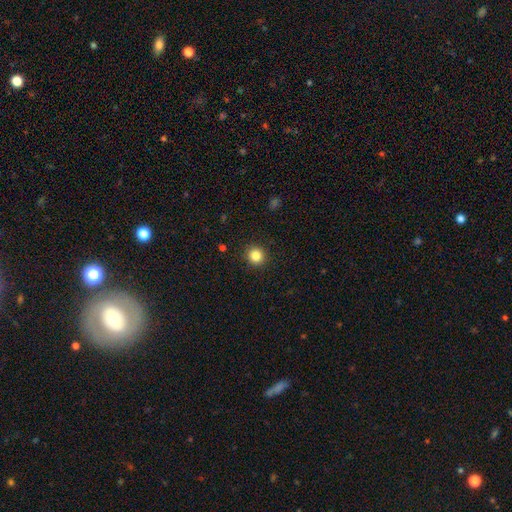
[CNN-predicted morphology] Smooth or featured: smooth — 84% (star or artifact — 11%)
How rounded: round — 93% (in between — 6%)
Merging: none — 92% (minor disturbance — 5%)